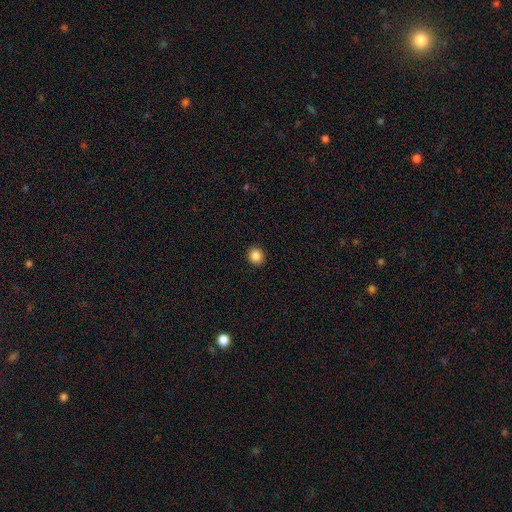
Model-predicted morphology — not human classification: type=smooth (87%); roundness=round (84%); merging=none (92%).